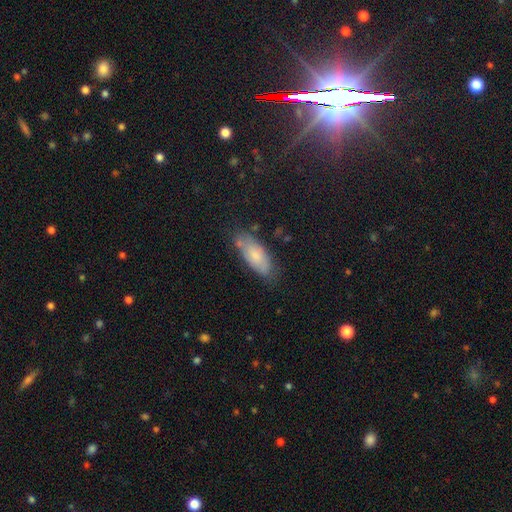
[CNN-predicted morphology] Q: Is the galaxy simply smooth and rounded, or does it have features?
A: smooth — 73%.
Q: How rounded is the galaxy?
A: in between — 80%.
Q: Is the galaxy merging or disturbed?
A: none — 69%.